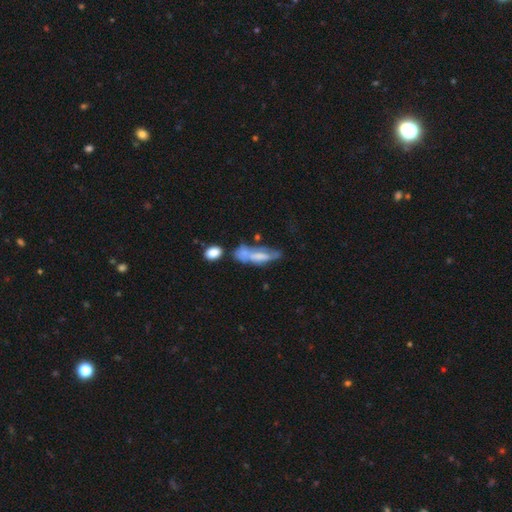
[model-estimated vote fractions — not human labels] This is possibly a smooth galaxy (46%). Merging: marginally none (32%).